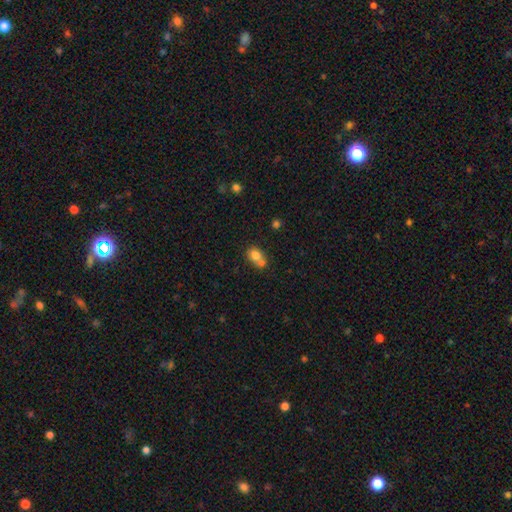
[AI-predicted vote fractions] Smooth or featured?
  - smooth: 76% *
  - featured or disk: 14%
  - star or artifact: 10%
How rounded?
  - round: 51% *
  - in between: 48%
  - cigar-shaped: 1%
Merging?
  - merger: 54% *
  - none: 32%
  - minor disturbance: 10%
  - major disturbance: 4%